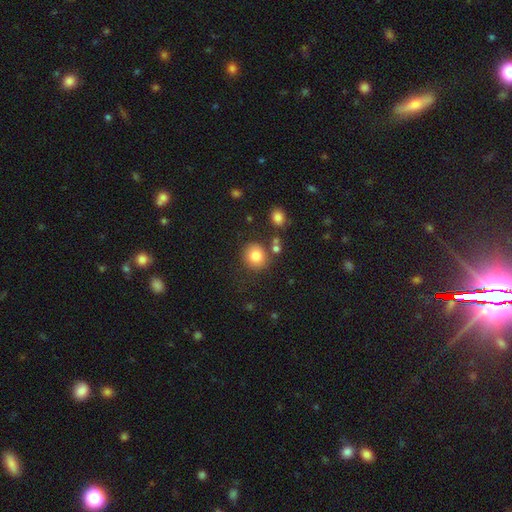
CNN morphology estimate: Smooth or featured?
  - smooth: 81% *
  - star or artifact: 11%
  - featured or disk: 8%
How rounded?
  - round: 85% *
  - in between: 14%
  - cigar-shaped: 1%
Merging?
  - none: 79% *
  - minor disturbance: 10%
  - merger: 8%
  - major disturbance: 4%